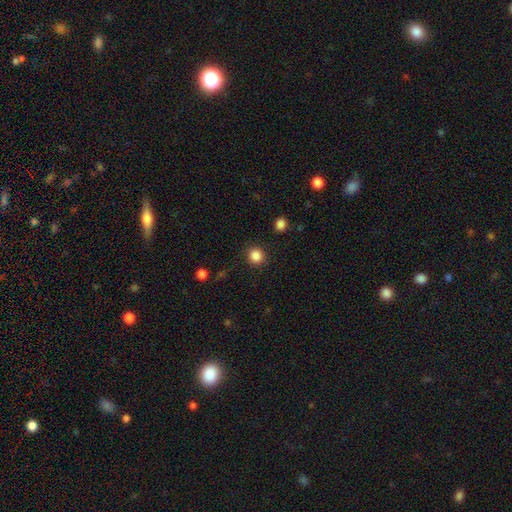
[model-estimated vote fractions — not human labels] Overall: smooth (86%). How rounded: round (92%). Merging: none (90%).